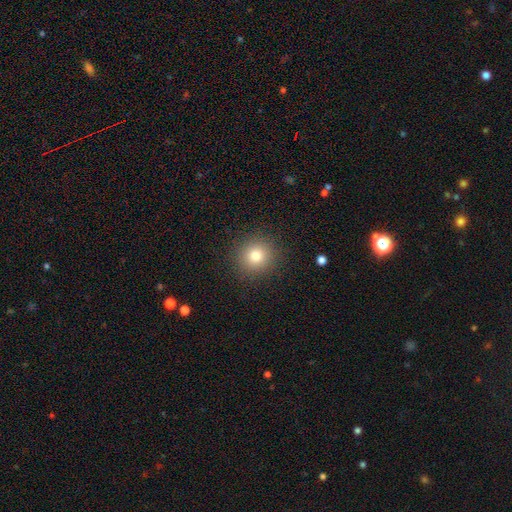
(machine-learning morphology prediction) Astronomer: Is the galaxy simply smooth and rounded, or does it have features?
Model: smooth — 79%.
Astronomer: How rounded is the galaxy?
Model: round — 93%.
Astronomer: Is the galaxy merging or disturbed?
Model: none — 90%.